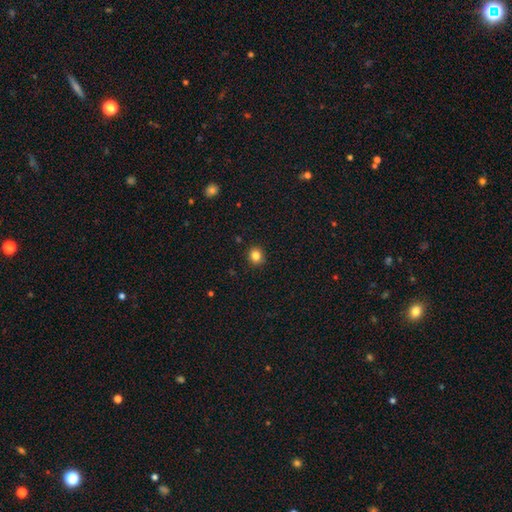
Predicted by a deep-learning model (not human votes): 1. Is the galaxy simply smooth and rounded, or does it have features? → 83% smooth, 12% star or artifact, 5% featured or disk.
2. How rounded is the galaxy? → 85% round, 14% in between, 1% cigar-shaped.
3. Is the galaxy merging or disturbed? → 91% none, 6% minor disturbance, 2% major disturbance, 1% merger.